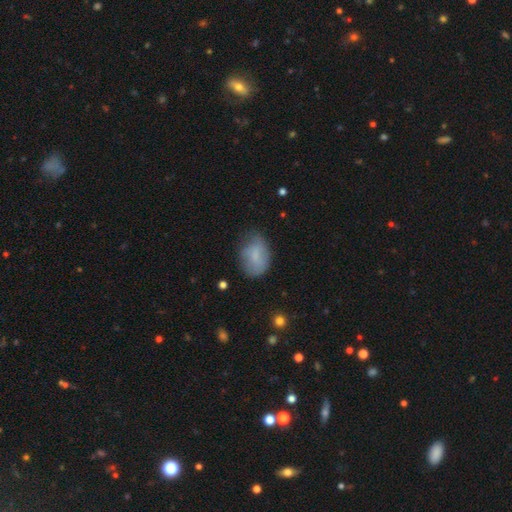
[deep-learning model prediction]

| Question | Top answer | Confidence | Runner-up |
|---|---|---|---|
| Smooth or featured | smooth | 74% | featured or disk (18%) |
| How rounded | in between | 79% | round (19%) |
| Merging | none | 54% | minor disturbance (33%) |